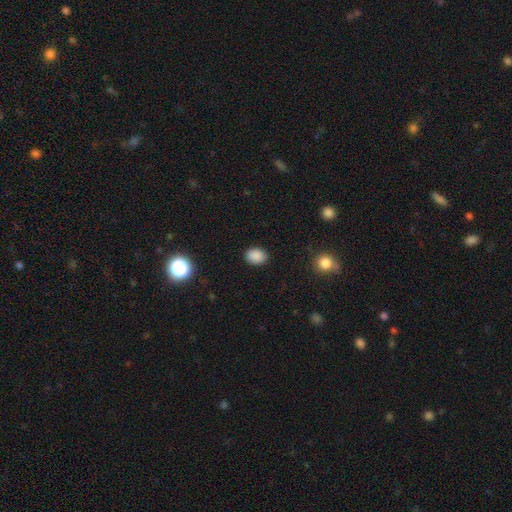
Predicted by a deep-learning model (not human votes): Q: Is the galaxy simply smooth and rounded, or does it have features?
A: smooth — 86%.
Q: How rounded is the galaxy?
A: in between — 64%.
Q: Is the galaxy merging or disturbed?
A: none — 88%.